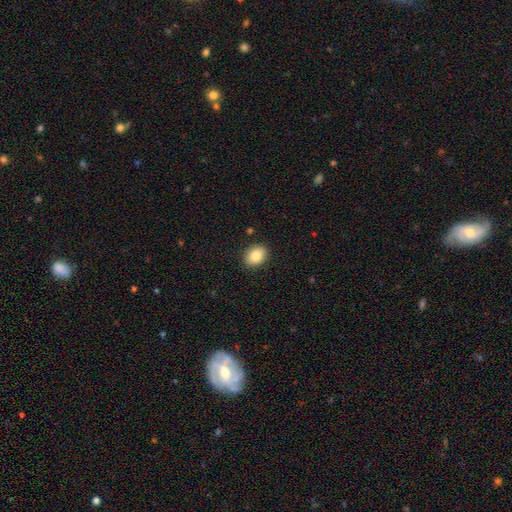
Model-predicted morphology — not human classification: A smooth galaxy with no disk features (84%) that is in between round and cigar-shaped (61%).

Vote fractions:
- Smooth or featured? smooth: 84% / star or artifact: 8% / featured or disk: 7%
- How rounded? in between: 61% / round: 38% / cigar-shaped: 1%
- Merging? none: 89% / minor disturbance: 8% / major disturbance: 2% / merger: 1%